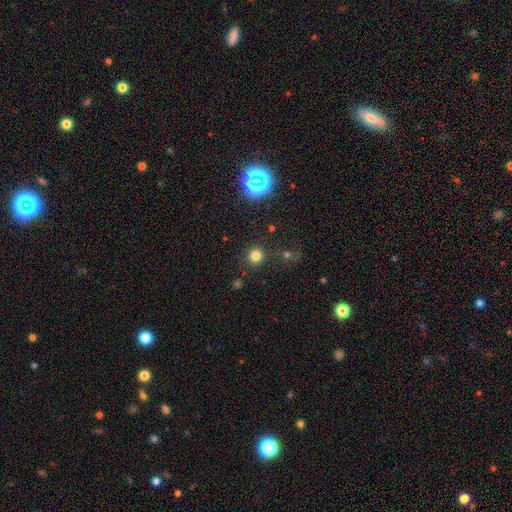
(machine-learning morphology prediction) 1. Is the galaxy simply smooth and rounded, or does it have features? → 75% smooth, 20% star or artifact, 6% featured or disk.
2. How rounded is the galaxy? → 92% round, 7% in between, 1% cigar-shaped.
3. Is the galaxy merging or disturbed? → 86% none, 7% minor disturbance, 3% merger, 3% major disturbance.